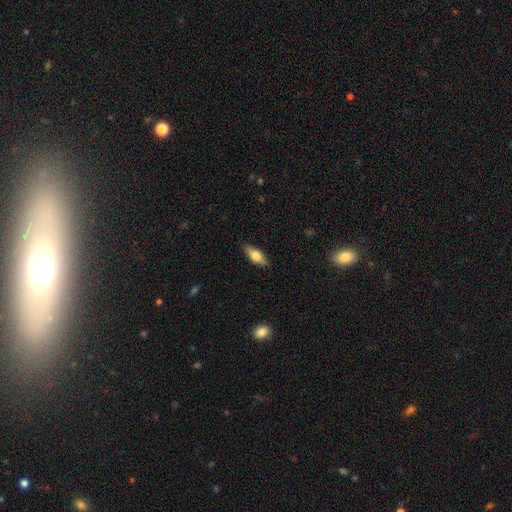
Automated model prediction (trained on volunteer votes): Smooth or featured? smooth (61%)
How rounded? in between (70%)
Merging? none (87%)